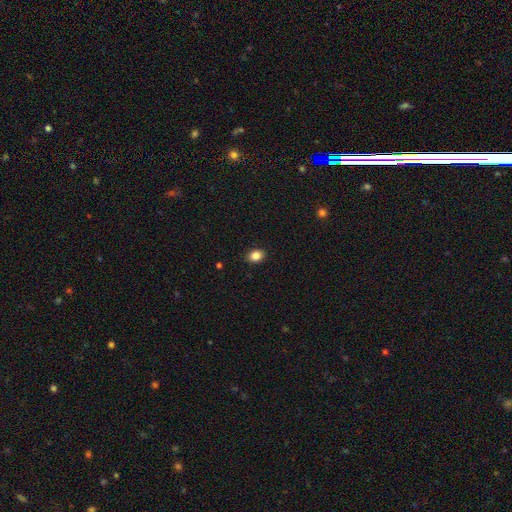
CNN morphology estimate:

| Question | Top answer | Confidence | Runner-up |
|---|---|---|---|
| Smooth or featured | smooth | 86% | star or artifact (9%) |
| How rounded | in between | 68% | round (31%) |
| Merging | none | 90% | minor disturbance (8%) |